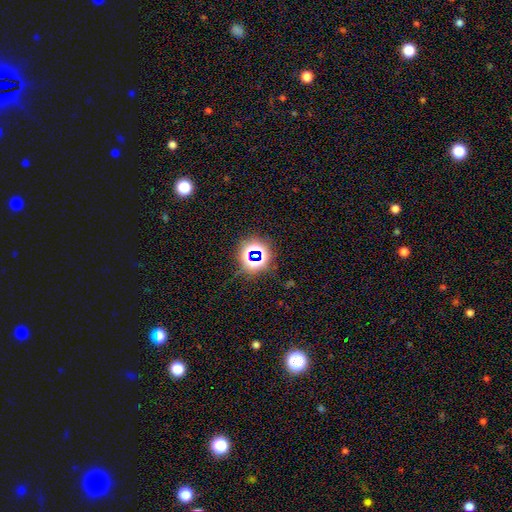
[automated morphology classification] A star or artifact, not a galaxy (74%).

Vote fractions:
- Smooth or featured? star or artifact: 74% / smooth: 18% / featured or disk: 9%